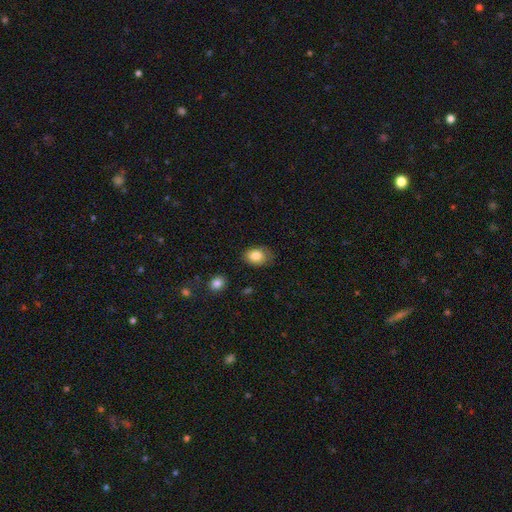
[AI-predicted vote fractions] A smooth galaxy with no disk features (84%) that is in between round and cigar-shaped (72%). Merging: none (73%).